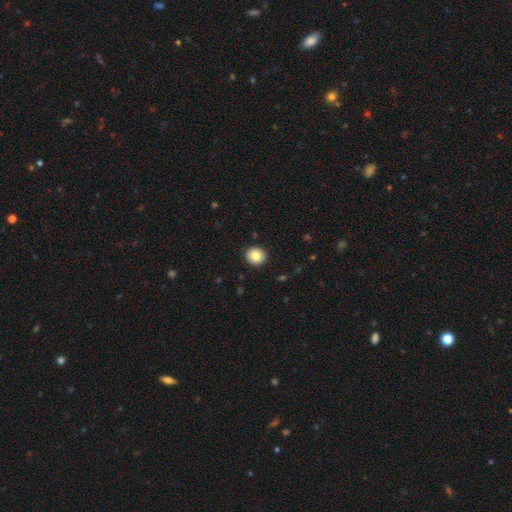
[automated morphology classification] Overall: smooth (82%). How rounded: round (90%). Merging: none (93%).